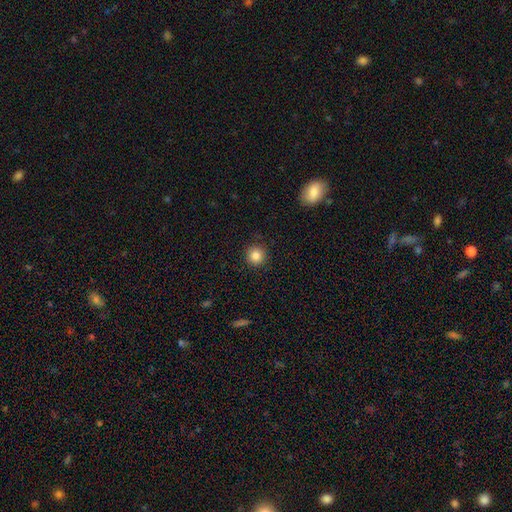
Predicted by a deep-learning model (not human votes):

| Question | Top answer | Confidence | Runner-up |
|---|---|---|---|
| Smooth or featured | smooth | 85% | star or artifact (10%) |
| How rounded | round | 95% | in between (4%) |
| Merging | none | 91% | minor disturbance (6%) |